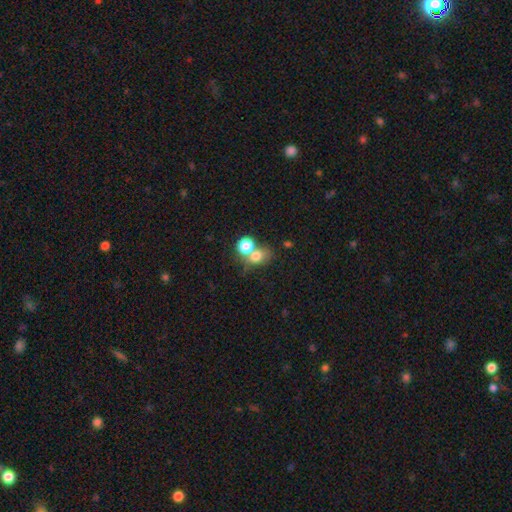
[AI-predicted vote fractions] This is likely a smooth galaxy (73%). How rounded: possibly round (53%). Merging: possibly merger (50%).